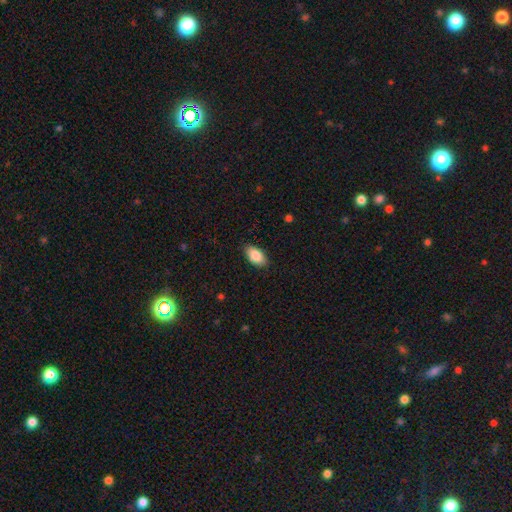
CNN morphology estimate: Smooth or featured? Predicted: smooth (p=0.87). How rounded? Predicted: in between (p=0.94). Merging? Predicted: none (p=0.86).